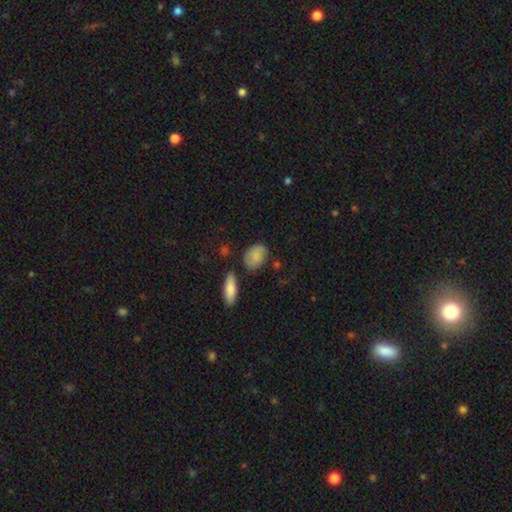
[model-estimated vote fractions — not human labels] Overall: smooth (82%). How rounded: in between (79%). Merging: none (67%).